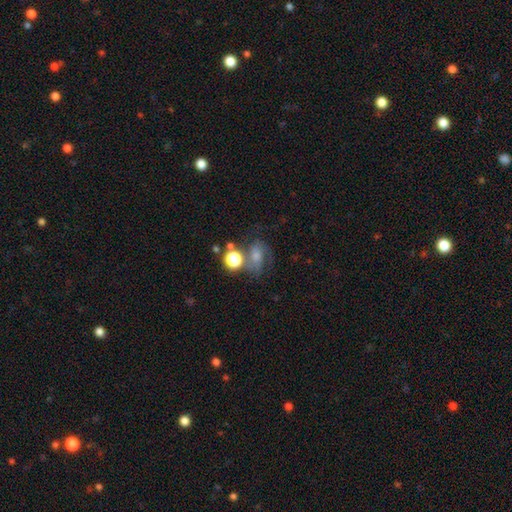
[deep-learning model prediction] The model was most divided on "smooth or featured": featured or disk: 38%, smooth: 35%, star or artifact: 27%. More confident: merging — none (53%).